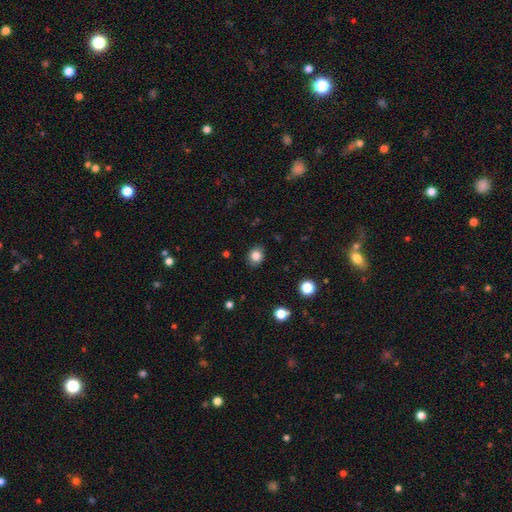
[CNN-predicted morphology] Smooth or featured? smooth (83%)
How rounded? round (63%)
Merging? none (87%)